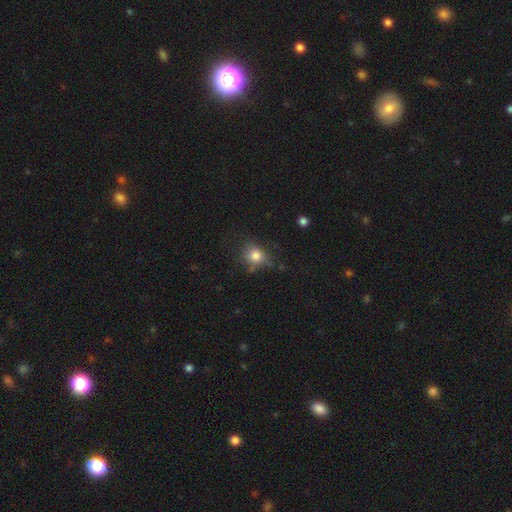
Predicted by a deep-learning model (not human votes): This appears to be a smooth galaxy with no disk features (79%) that is round (71%). Merging: none (62%).